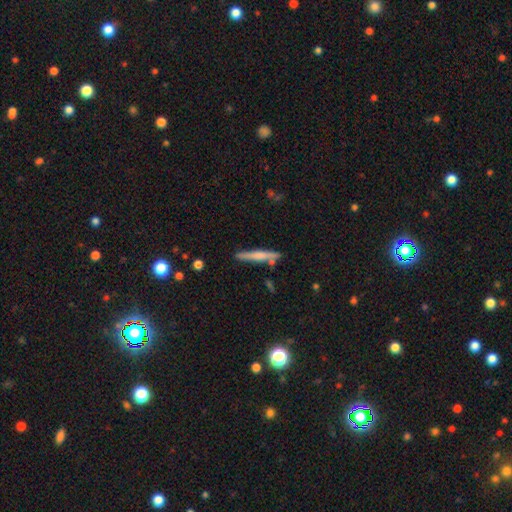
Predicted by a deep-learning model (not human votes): This is possibly a featured or disk galaxy (51%). It is clearly viewed edge-on (95%). Merging: clearly none (83%).